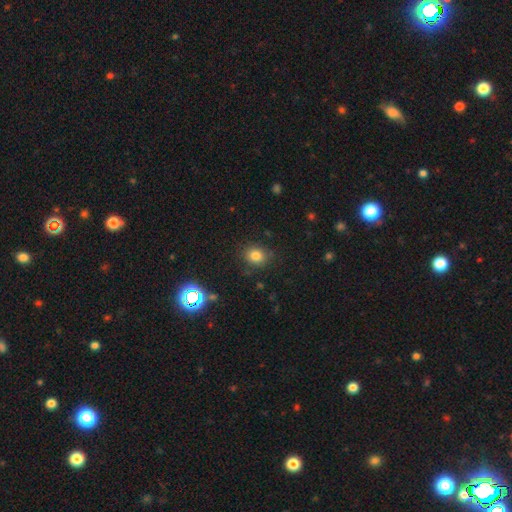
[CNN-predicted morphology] smooth-or-featured: smooth: 79% | star or artifact: 14% | featured or disk: 6%
  how-rounded: round: 67% | in between: 32% | cigar-shaped: 1%
  merging: none: 84% | minor disturbance: 11% | major disturbance: 3% | merger: 2%